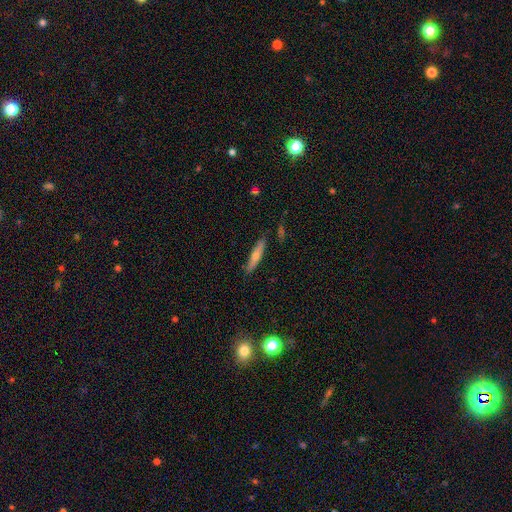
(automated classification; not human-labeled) This appears to be a featured or disk galaxy (47%, tied with smooth). Merging: none (86%).